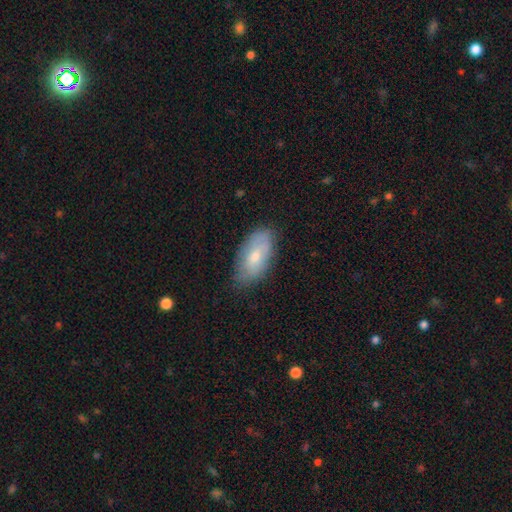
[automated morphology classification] smooth-or-featured: smooth: 63% | featured or disk: 30% | star or artifact: 7%
  how-rounded: in between: 92% | cigar-shaped: 4% | round: 3%
  merging: none: 72% | minor disturbance: 22% | major disturbance: 4% | merger: 1%